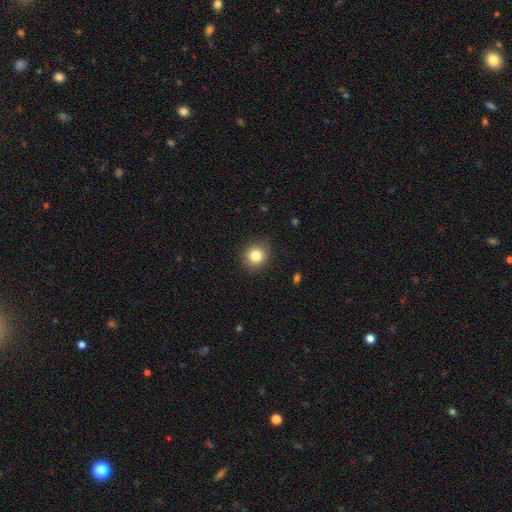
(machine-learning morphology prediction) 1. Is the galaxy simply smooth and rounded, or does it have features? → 83% smooth, 10% star or artifact, 7% featured or disk.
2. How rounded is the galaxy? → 86% round, 13% in between, 1% cigar-shaped.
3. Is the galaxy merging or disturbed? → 87% none, 10% minor disturbance, 2% major disturbance, 1% merger.